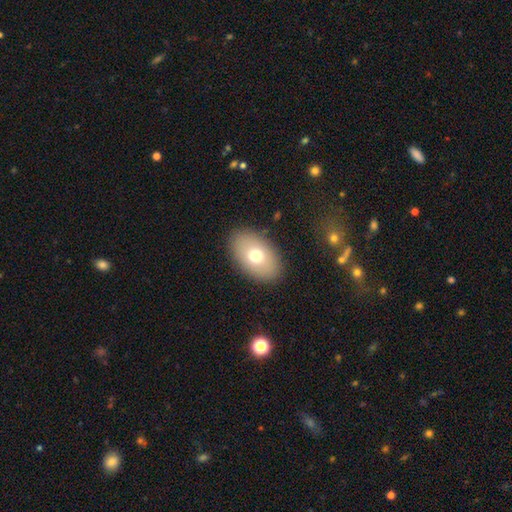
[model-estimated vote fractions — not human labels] Q: Smooth or featured?
A: smooth (71%); runner-up: featured or disk (20%)
Q: How rounded?
A: in between (88%); runner-up: round (11%)
Q: Merging?
A: none (87%); runner-up: minor disturbance (8%)